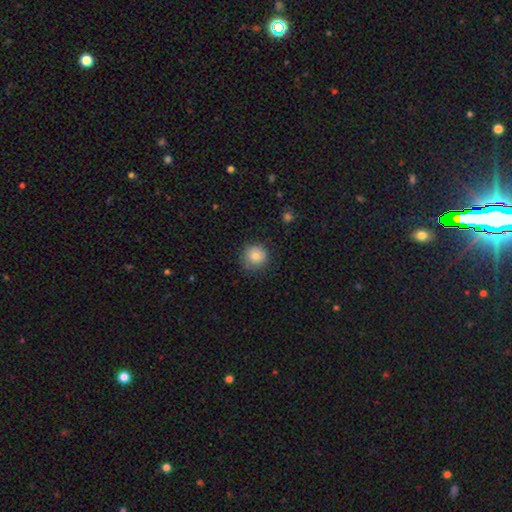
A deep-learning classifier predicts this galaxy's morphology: smooth-or-featured: smooth: 84% | star or artifact: 10% | featured or disk: 6%
  how-rounded: round: 92% | in between: 7% | cigar-shaped: 1%
  merging: none: 80% | minor disturbance: 15% | major disturbance: 4% | merger: 1%